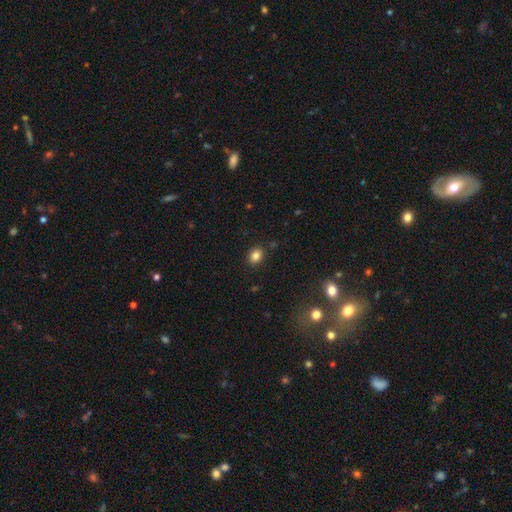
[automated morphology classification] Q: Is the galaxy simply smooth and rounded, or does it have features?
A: smooth — 84%.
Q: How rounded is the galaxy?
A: in between — 57%.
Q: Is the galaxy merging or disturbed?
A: none — 86%.